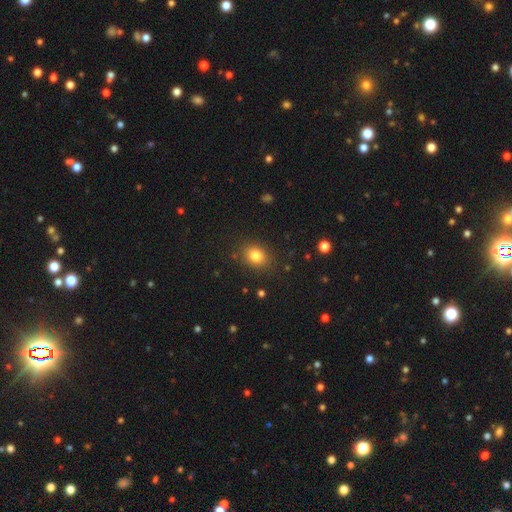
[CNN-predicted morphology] This appears to be a smooth galaxy with no disk features (82%) that is in between round and cigar-shaped (53%). Merging: none (85%).